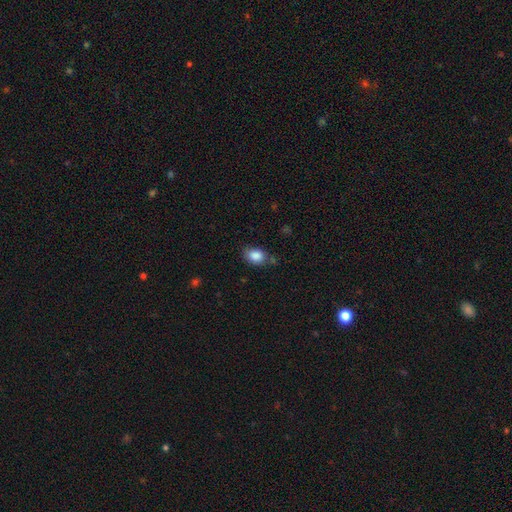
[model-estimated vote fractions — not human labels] The model was most divided on "how rounded": in between: 72%, round: 27%, cigar-shaped: 1%. More confident: smooth or featured — smooth (86%); merging — none (68%).